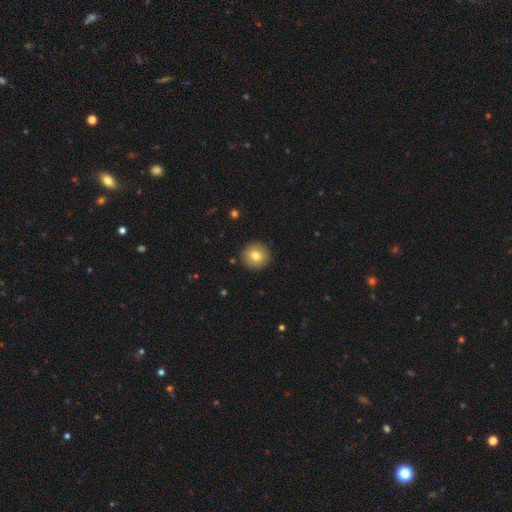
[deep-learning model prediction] This is likely a smooth galaxy (78%). How rounded: clearly round (94%). Merging: clearly none (92%).